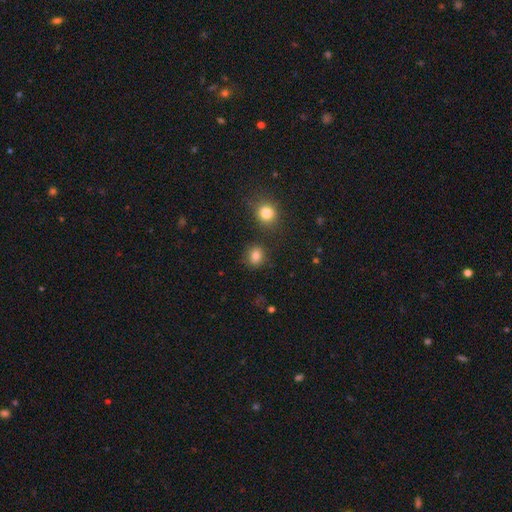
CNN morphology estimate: This appears to be a smooth galaxy with no disk features (82%) that is round (74%). Merging: none (83%).